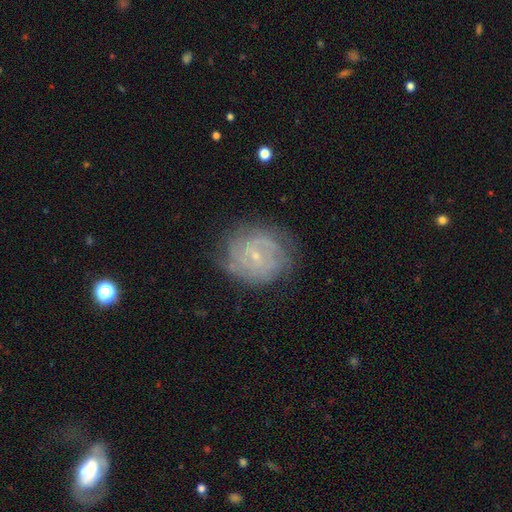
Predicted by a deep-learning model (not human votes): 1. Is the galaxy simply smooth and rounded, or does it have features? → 78% featured or disk, 14% smooth, 8% star or artifact.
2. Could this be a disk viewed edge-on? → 97% no, 3% yes.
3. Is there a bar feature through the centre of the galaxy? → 51% no, 40% weak, 8% strong.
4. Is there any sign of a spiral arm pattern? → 93% yes, 7% no.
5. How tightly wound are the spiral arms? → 67% tight, 26% medium, 6% loose.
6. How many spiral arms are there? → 37% can't tell, 26% 2, 15% 3, 10% 4, 6% more than 4, 5% 1.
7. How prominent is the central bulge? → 84% small, 11% moderate, 4% none, 1% large, 1% dominant.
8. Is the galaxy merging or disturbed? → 76% none, 16% minor disturbance, 6% major disturbance, 1% merger.